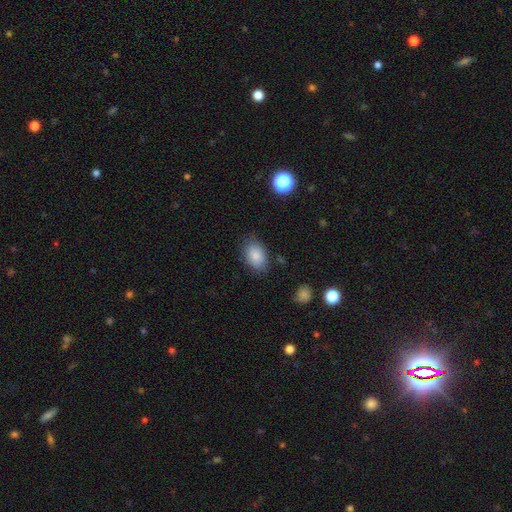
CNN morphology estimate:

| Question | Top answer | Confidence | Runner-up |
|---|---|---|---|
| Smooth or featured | smooth | 85% | star or artifact (8%) |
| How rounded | in between | 85% | round (14%) |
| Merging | none | 78% | minor disturbance (16%) |